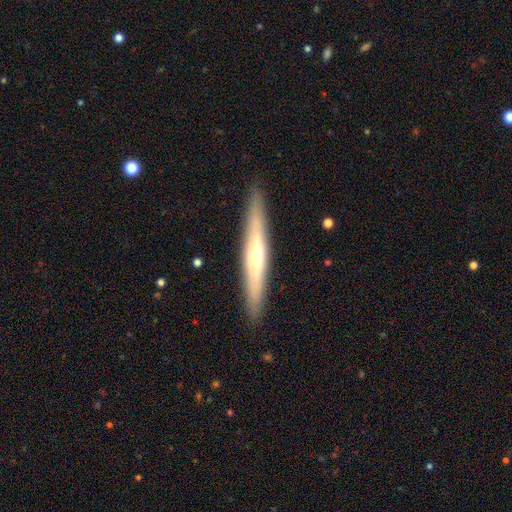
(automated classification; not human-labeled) smooth_or_featured: featured or disk (p=0.63) [alt: smooth p=0.31]
disk_edge_on: yes (p=0.91) [alt: no p=0.09]
edge_on_bulge: rounded (p=0.77) [alt: none p=0.19]
merging: none (p=0.90) [alt: minor disturbance p=0.07]